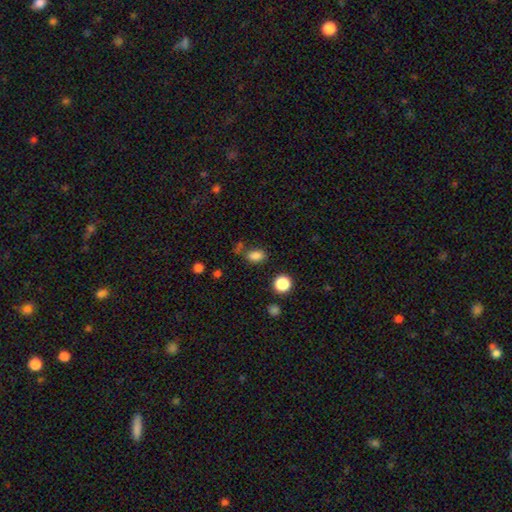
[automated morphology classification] smooth_or_featured: smooth (p=0.83) [alt: star or artifact p=0.12]
how_rounded: in between (p=0.82) [alt: round p=0.16]
merging: none (p=0.71) [alt: minor disturbance p=0.14]